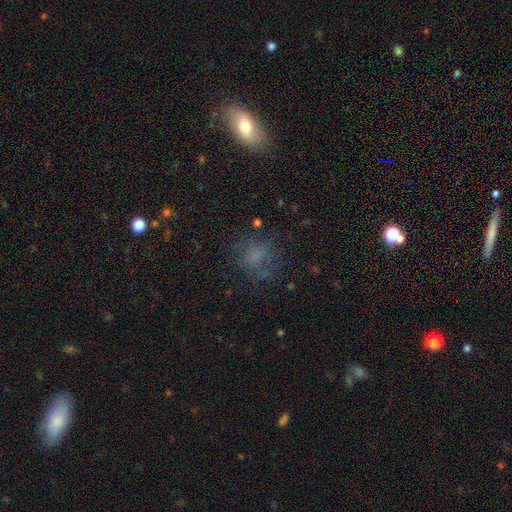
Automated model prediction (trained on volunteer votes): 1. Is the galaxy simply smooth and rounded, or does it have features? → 58% smooth, 23% star or artifact, 19% featured or disk.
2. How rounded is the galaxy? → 68% round, 30% in between, 1% cigar-shaped.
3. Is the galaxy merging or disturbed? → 64% none, 17% minor disturbance, 16% major disturbance, 2% merger.